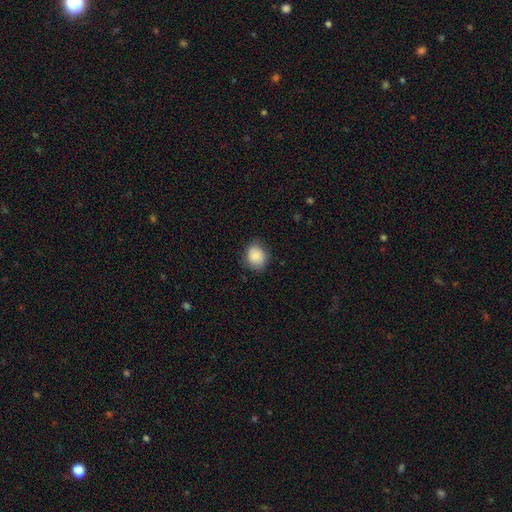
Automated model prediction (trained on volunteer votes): Morphology: type=smooth (86%); roundness=round (66%); merging=none (76%).